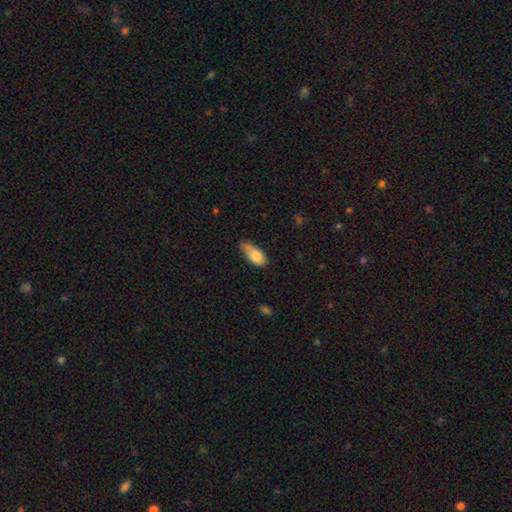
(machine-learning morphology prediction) This is clearly a smooth galaxy (80%). How rounded: clearly in between (84%). Merging: marginally minor disturbance (43%).